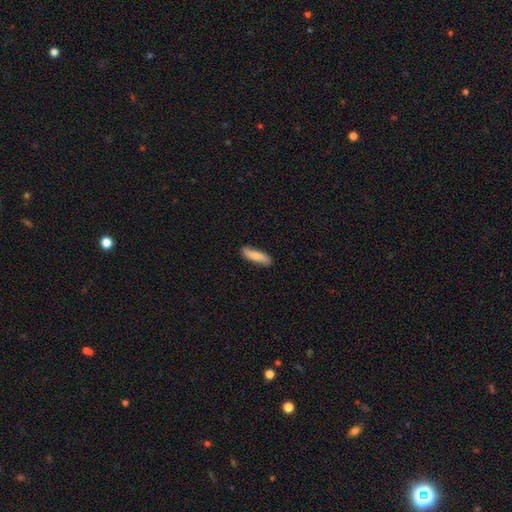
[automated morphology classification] Overall: smooth (76%). How rounded: cigar-shaped (67%; in between 31%). Merging: none (84%).